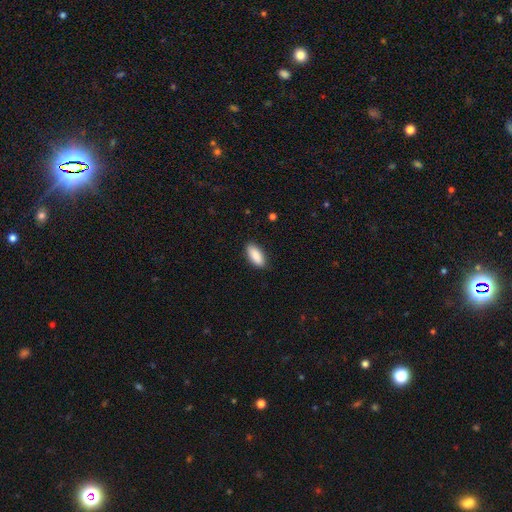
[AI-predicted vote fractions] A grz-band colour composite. It shows a smooth galaxy with no disk features (89%) that is in between round and cigar-shaped (85%). Merging: none (87%).